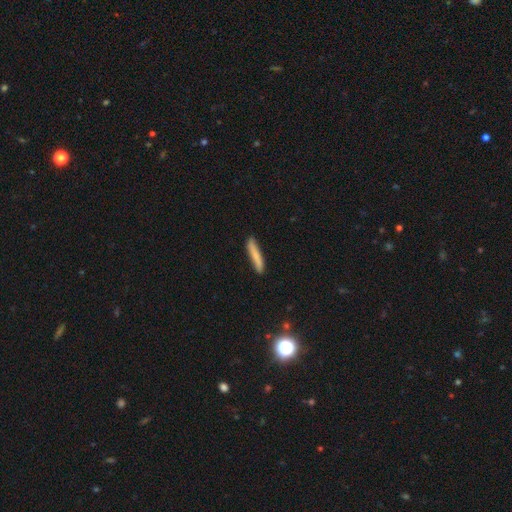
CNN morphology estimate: smooth-or-featured: smooth: 76% | featured or disk: 18% | star or artifact: 6%
  how-rounded: cigar-shaped: 92% | in between: 6% | round: 1%
  merging: none: 85% | minor disturbance: 12% | major disturbance: 2% | merger: 2%